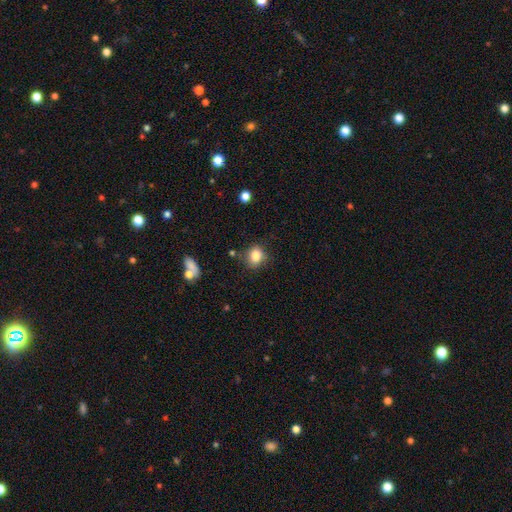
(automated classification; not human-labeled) Smooth or featured? smooth (83%)
How rounded? round (60%)
Merging? none (73%)